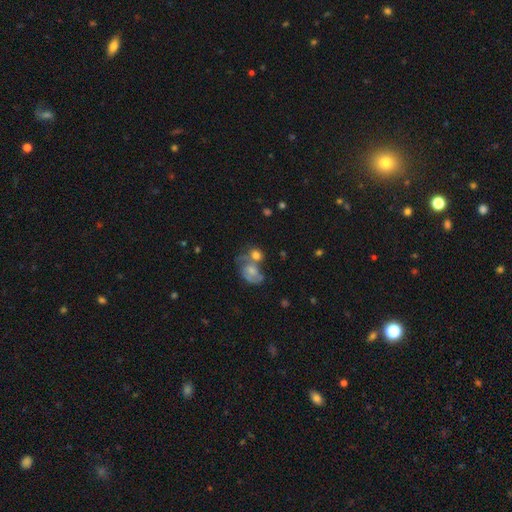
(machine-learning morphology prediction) smooth-or-featured: smooth: 58% | featured or disk: 30% | star or artifact: 11%
  how-rounded: round: 55% | in between: 43% | cigar-shaped: 2%
  merging: merger: 47% | none: 31% | minor disturbance: 13% | major disturbance: 9%